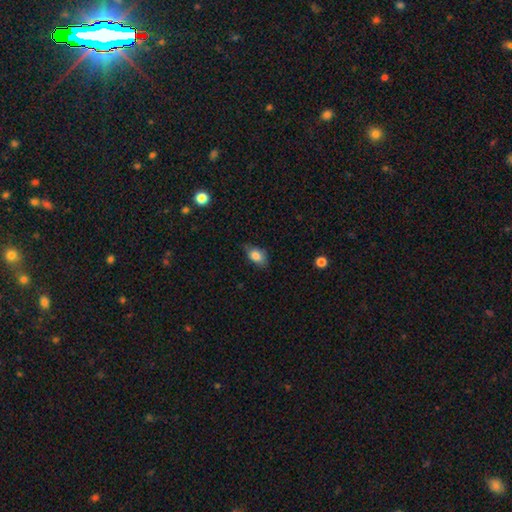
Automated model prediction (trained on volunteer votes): Overall: smooth (84%). How rounded: in between (84%). Merging: none (63%; minor disturbance 29%).